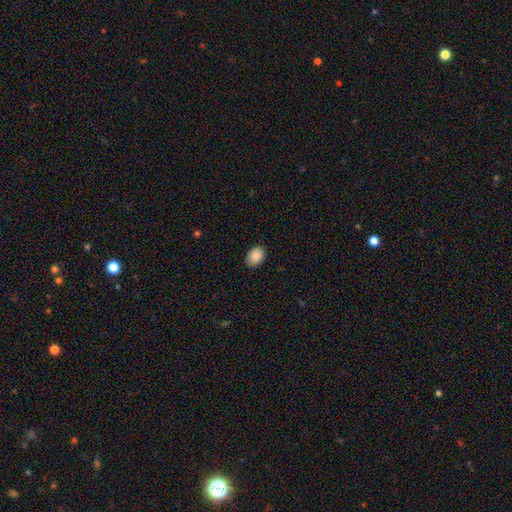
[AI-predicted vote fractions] A smooth galaxy with no disk features (89%) that is in between round and cigar-shaped (73%).

Vote fractions:
- Smooth or featured? smooth: 89% / star or artifact: 7% / featured or disk: 3%
- How rounded? in between: 73% / round: 26% / cigar-shaped: 1%
- Merging? none: 86% / minor disturbance: 11% / major disturbance: 2% / merger: 1%